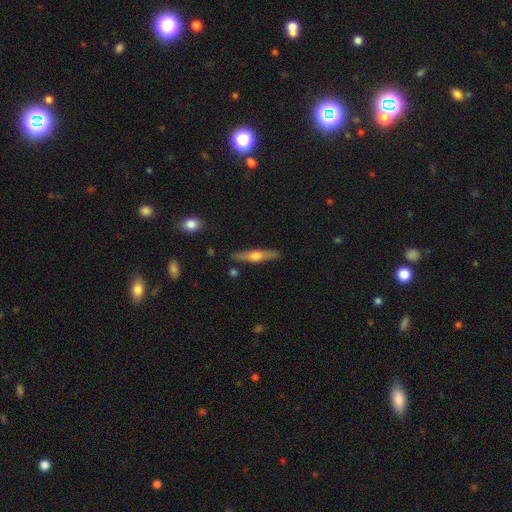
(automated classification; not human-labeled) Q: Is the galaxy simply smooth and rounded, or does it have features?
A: featured or disk — 59%.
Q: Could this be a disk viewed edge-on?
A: yes — 94%.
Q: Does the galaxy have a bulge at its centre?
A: rounded — 92%.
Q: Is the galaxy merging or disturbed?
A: none — 87%.